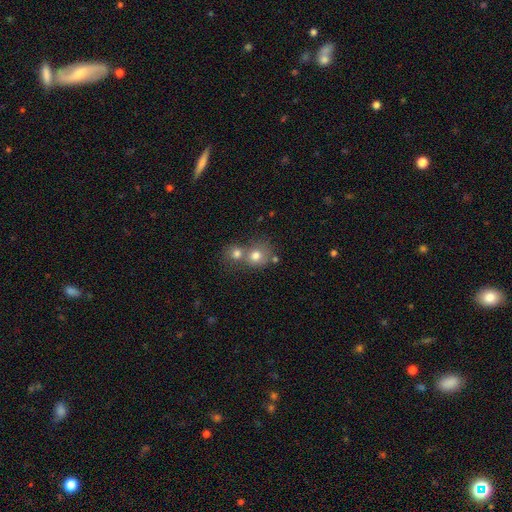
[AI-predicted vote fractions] The model was most divided on "merging": merger: 53%, none: 37%, minor disturbance: 7%, major disturbance: 3%. More confident: how rounded — round (80%); smooth or featured — smooth (74%).